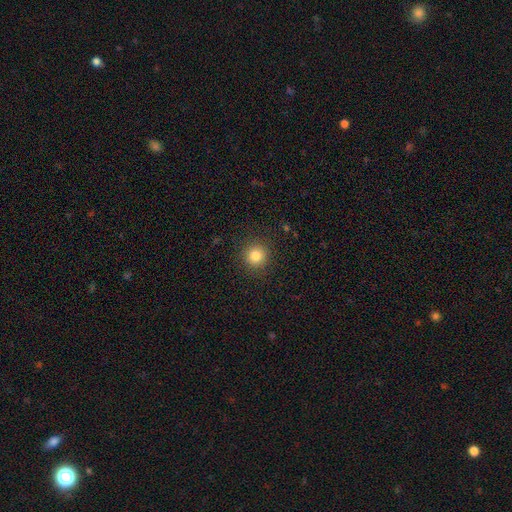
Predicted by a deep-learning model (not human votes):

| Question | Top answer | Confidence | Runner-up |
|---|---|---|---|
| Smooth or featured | smooth | 82% | star or artifact (12%) |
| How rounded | round | 94% | in between (5%) |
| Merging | none | 90% | minor disturbance (6%) |